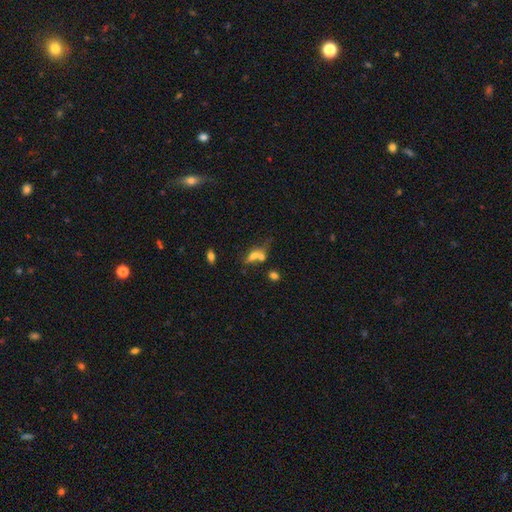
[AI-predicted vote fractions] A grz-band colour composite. It shows a smooth galaxy with no disk features (62%) that is in between round and cigar-shaped (69%). Merging: merger (48%).